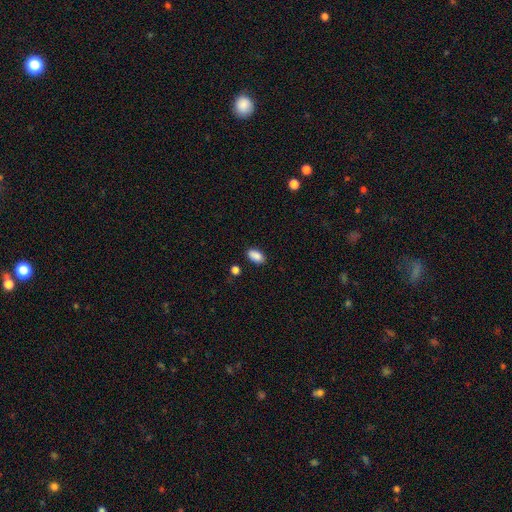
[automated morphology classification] Smooth or featured? Predicted: smooth (p=0.88). How rounded? Predicted: in between (p=0.93). Merging? Predicted: none (p=0.83).